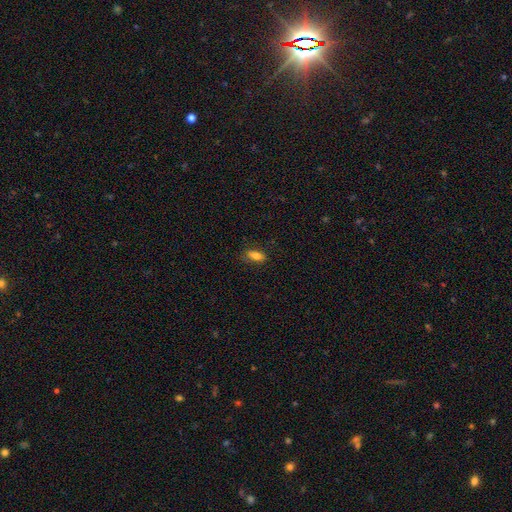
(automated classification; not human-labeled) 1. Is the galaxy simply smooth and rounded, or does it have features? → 81% smooth, 10% featured or disk, 9% star or artifact.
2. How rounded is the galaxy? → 82% in between, 14% cigar-shaped, 4% round.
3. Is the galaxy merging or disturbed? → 77% none, 18% minor disturbance, 4% major disturbance, 1% merger.